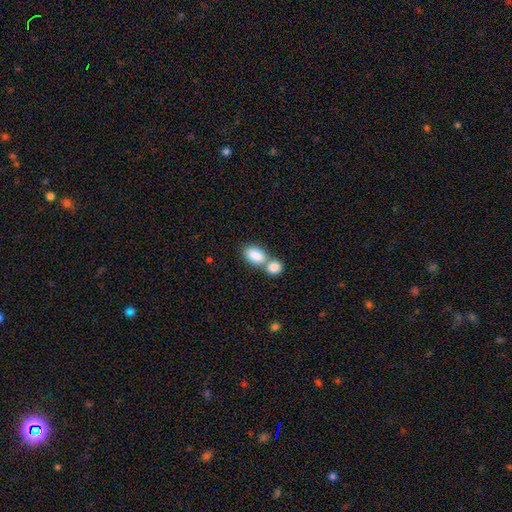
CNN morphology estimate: Smooth or featured?
  - smooth: 85% *
  - featured or disk: 8%
  - star or artifact: 7%
How rounded?
  - in between: 85% *
  - round: 12%
  - cigar-shaped: 2%
Merging?
  - merger: 61% *
  - none: 28%
  - minor disturbance: 7%
  - major disturbance: 3%